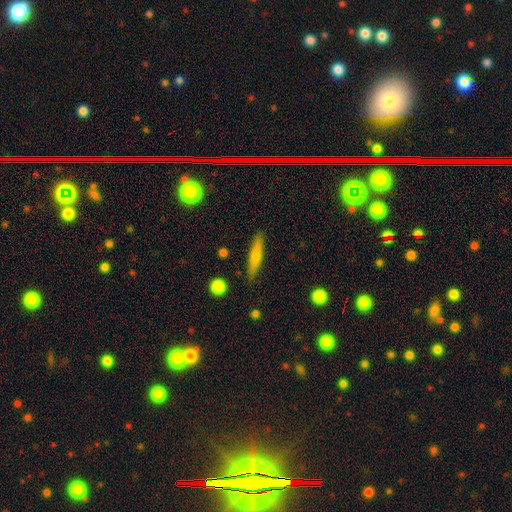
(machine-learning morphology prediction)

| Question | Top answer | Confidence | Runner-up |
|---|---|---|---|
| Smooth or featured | smooth | 68% | featured or disk (26%) |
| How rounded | cigar-shaped | 89% | in between (9%) |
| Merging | none | 87% | minor disturbance (9%) |